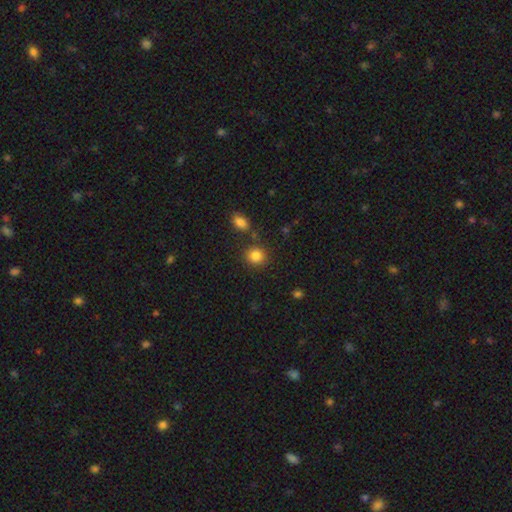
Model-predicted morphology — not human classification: smooth-or-featured: smooth: 85% | star or artifact: 10% | featured or disk: 5%
  how-rounded: round: 83% | in between: 16% | cigar-shaped: 1%
  merging: none: 81% | minor disturbance: 9% | merger: 7% | major disturbance: 3%